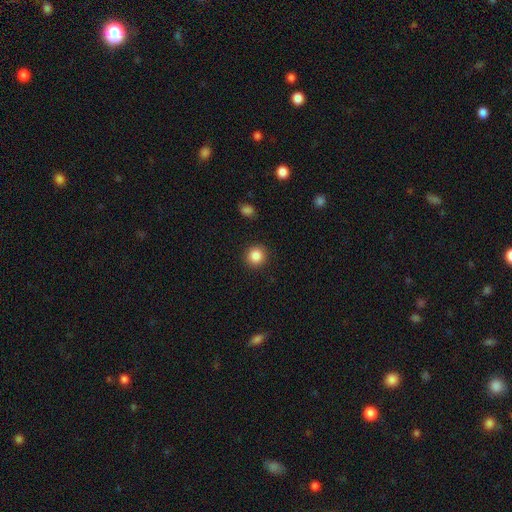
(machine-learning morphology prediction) This appears to be a smooth galaxy with no disk features (86%) that is round (90%). Merging: none (91%).